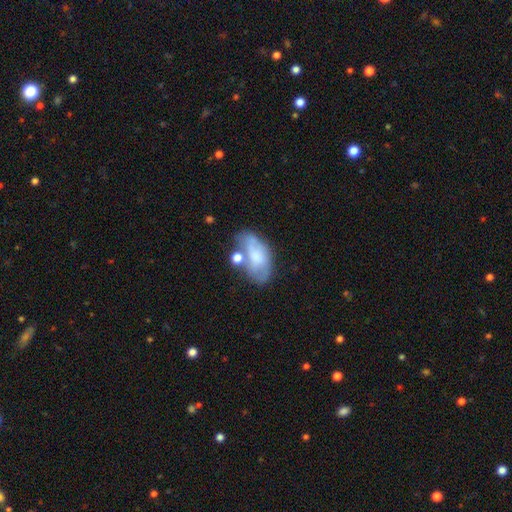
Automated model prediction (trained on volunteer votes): Smooth or featured? Predicted: smooth (p=0.53). How rounded? Predicted: in between (p=0.90). Merging? Predicted: none (p=0.38).